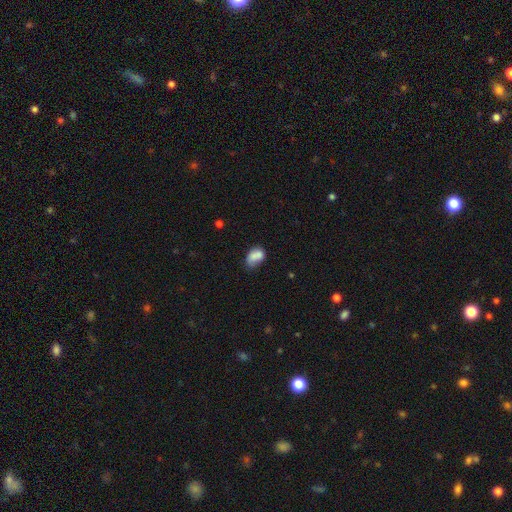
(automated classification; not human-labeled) The model was most divided on "merging": none: 38%, minor disturbance: 33%, merger: 14%, major disturbance: 14%. More confident: how rounded — in between (80%); smooth or featured — smooth (79%).